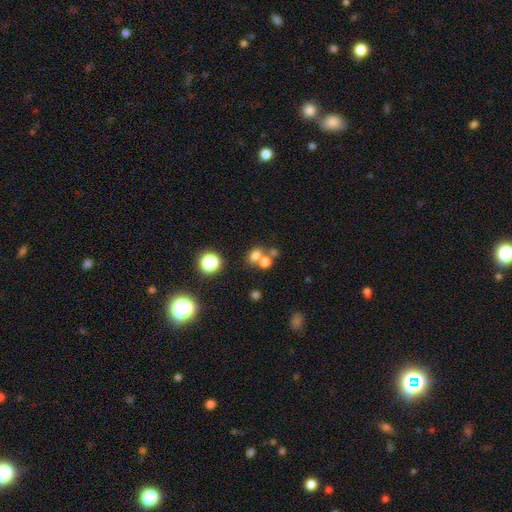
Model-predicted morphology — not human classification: Q: Smooth or featured?
A: smooth (70%); runner-up: star or artifact (18%)
Q: How rounded?
A: round (53%); runner-up: in between (46%)
Q: Merging?
A: none (45%); runner-up: merger (41%)